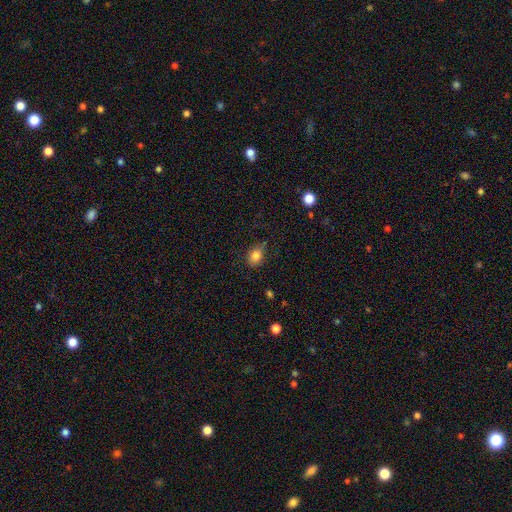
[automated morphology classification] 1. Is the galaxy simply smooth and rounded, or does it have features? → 82% smooth, 11% star or artifact, 8% featured or disk.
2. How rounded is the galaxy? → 59% in between, 39% round, 1% cigar-shaped.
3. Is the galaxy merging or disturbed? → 71% none, 22% minor disturbance, 5% major disturbance, 2% merger.